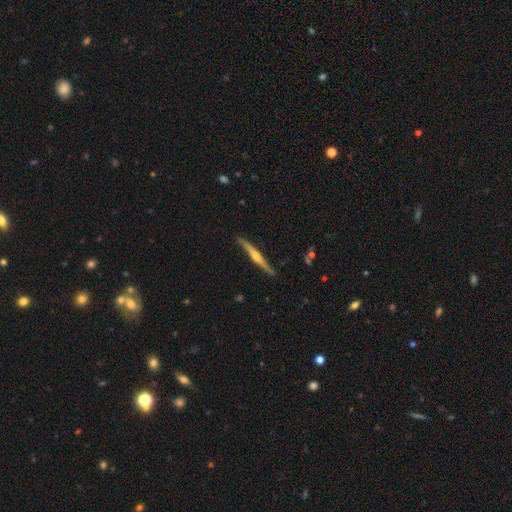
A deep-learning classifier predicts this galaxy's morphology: This appears to be a featured or disk galaxy (77%) viewed edge-on (98%) with a rounded central bulge (87%). Merging: none (88%).